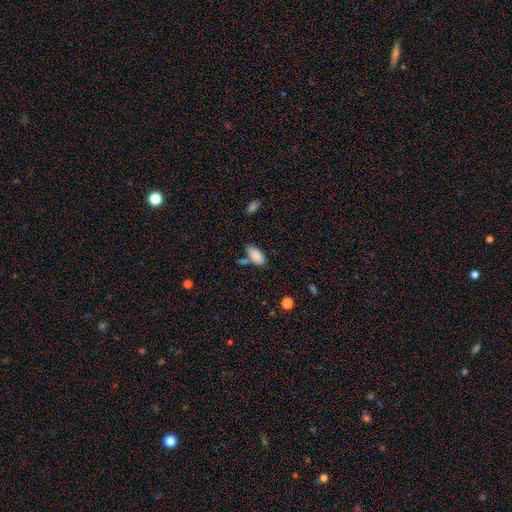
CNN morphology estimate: smooth 86%, star or artifact 7%, featured or disk 6%. Down the decision tree: how rounded — in between (91%); merging — none (59%).